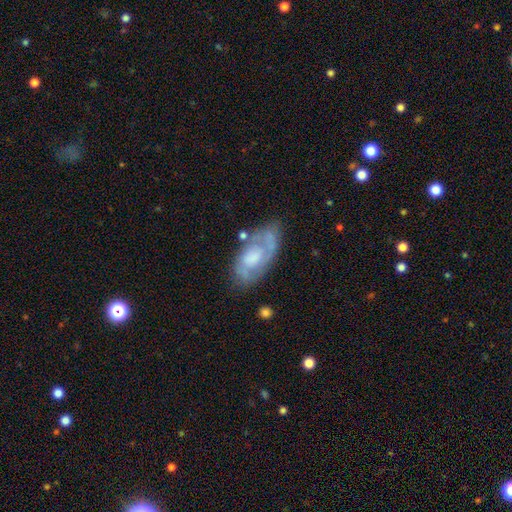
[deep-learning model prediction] A featured or disk galaxy (65%) with no bar (64%), spiral arms (78%) and a moderate central bulge (44%). Merging: none (69%).